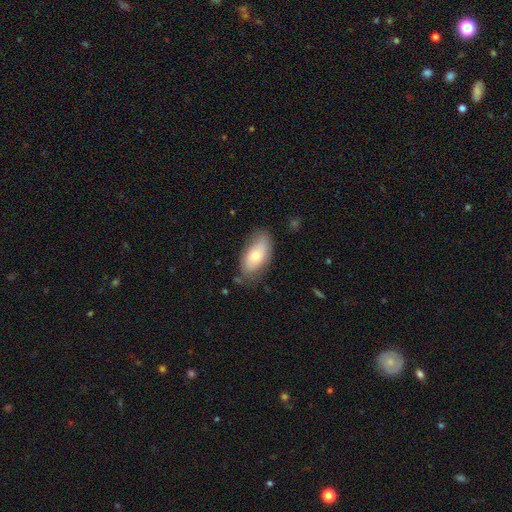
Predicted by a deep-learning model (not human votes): A smooth galaxy with no disk features (69%) that is in between round and cigar-shaped (92%). Merging: none (72%).